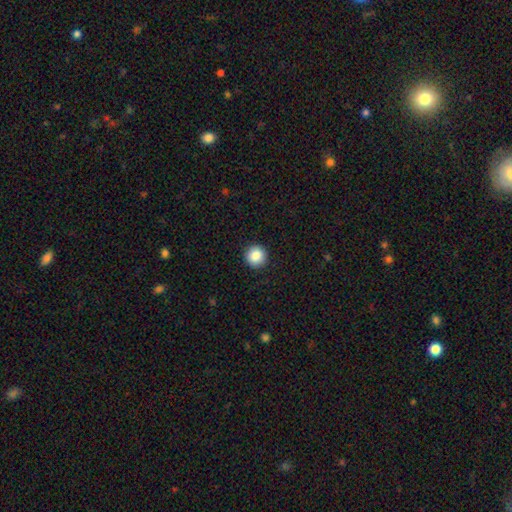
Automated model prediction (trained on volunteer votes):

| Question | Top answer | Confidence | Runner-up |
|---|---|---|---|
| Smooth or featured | smooth | 87% | star or artifact (9%) |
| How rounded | round | 95% | in between (4%) |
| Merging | none | 93% | minor disturbance (5%) |